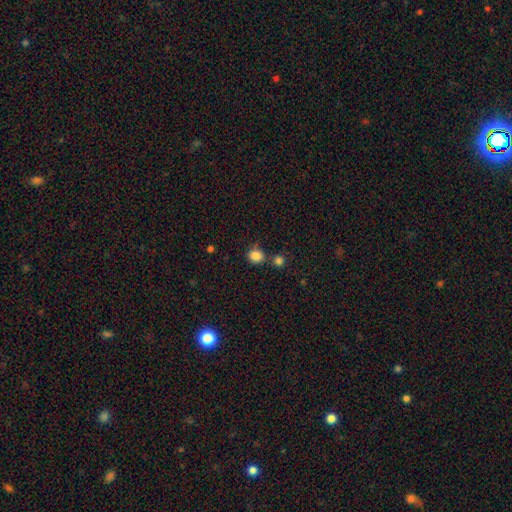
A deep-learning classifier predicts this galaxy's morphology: This is clearly a smooth galaxy (85%). How rounded: likely round (78%). Merging: likely none (66%).